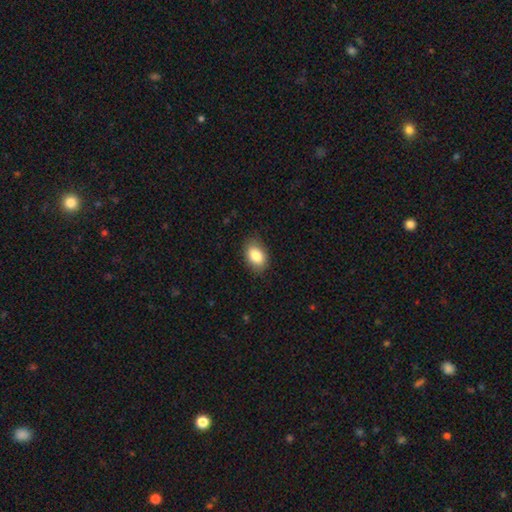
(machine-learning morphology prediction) smooth-or-featured: smooth: 85% | featured or disk: 8% | star or artifact: 7%
  how-rounded: in between: 83% | round: 16% | cigar-shaped: 1%
  merging: none: 81% | minor disturbance: 15% | major disturbance: 3% | merger: 1%